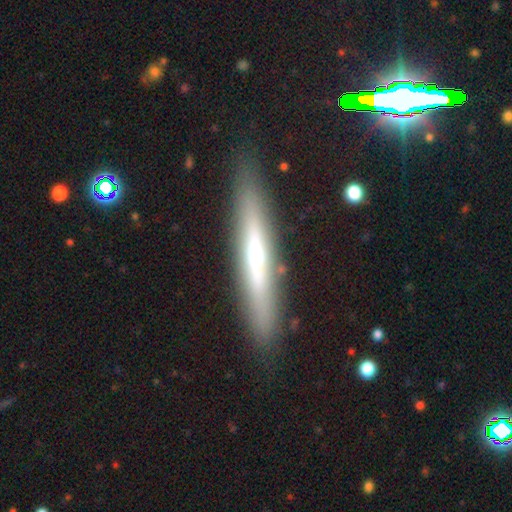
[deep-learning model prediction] The model was most divided on "smooth or featured": featured or disk: 60%, smooth: 33%, star or artifact: 8%. More confident: edge-on disk — yes (89%); merging — none (88%); edge-on bulge — rounded (66%).